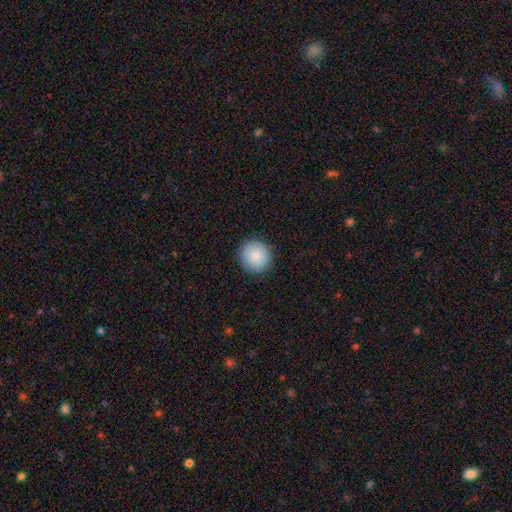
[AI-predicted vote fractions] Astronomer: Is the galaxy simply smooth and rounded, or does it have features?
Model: smooth — 87%.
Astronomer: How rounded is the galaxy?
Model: round — 91%.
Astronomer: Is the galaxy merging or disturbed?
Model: none — 90%.